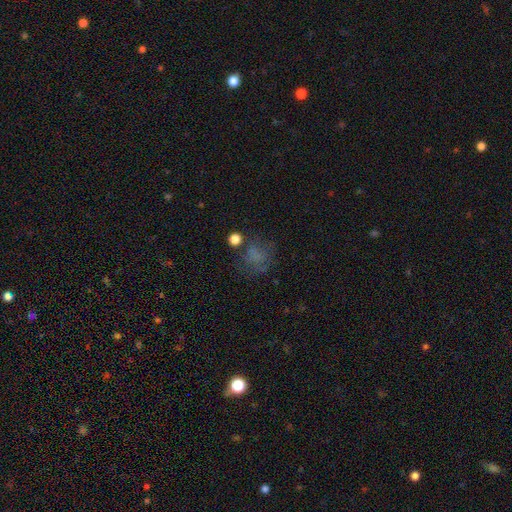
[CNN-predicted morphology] Smooth or featured: smooth — 53% (star or artifact — 23%)
How rounded: round — 65% (in between — 34%)
Merging: none — 51% (major disturbance — 23%)